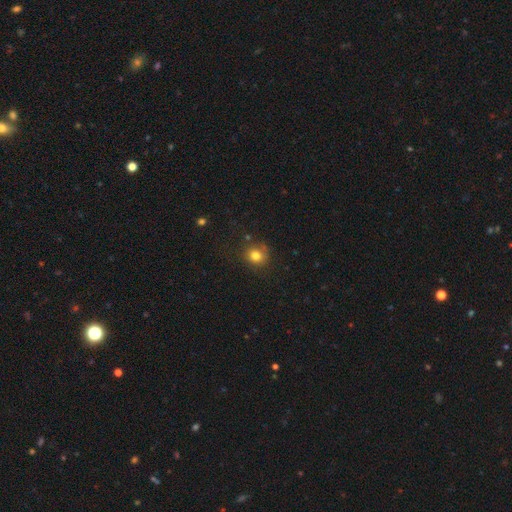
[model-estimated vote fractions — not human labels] Morphology: type=smooth (81%); roundness=round (84%); merging=none (75%).